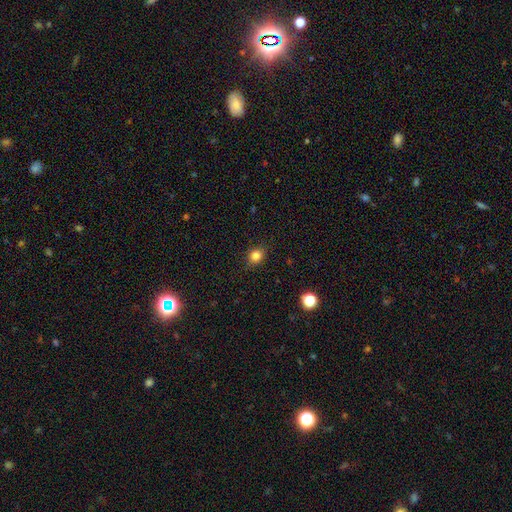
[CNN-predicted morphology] type=smooth (83%); roundness=round (60%); merging=none (87%).